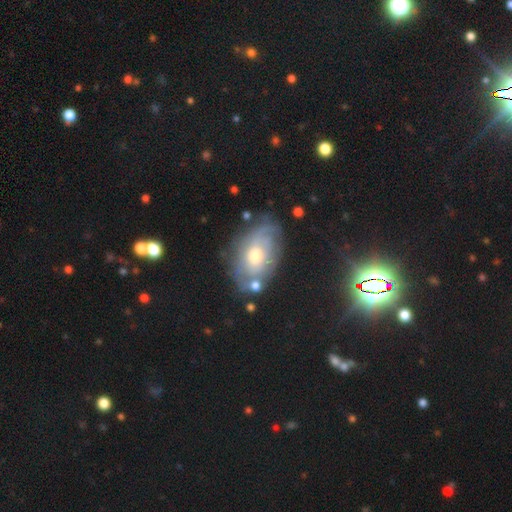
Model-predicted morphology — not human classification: This is likely a featured or disk galaxy (60%). It is clearly not viewed edge-on (93%). Bar: clearly no (81%). Spiral arm pattern: likely yes (66%). Central bulge: likely moderate (69%). Merging: likely none (64%).